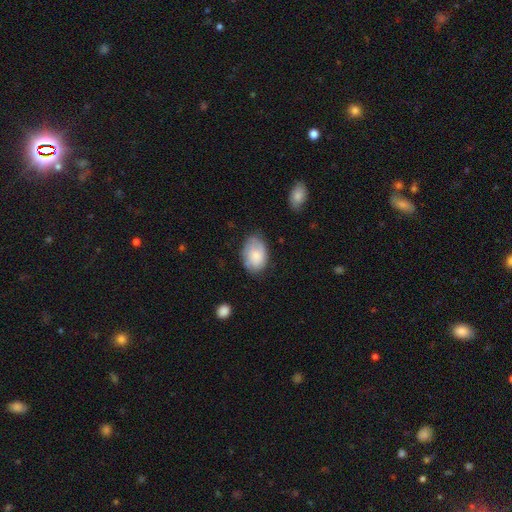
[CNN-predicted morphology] Smooth or featured? smooth (75%)
How rounded? in between (86%)
Merging? none (67%)